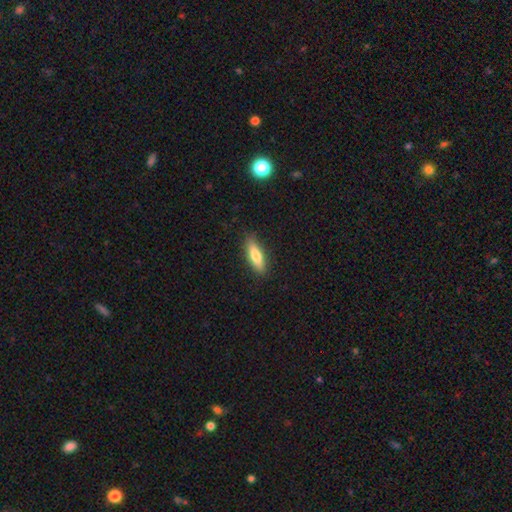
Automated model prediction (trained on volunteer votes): Smooth or featured: smooth — 71% (featured or disk — 23%)
How rounded: cigar-shaped — 59% (in between — 39%)
Merging: none — 88% (minor disturbance — 9%)